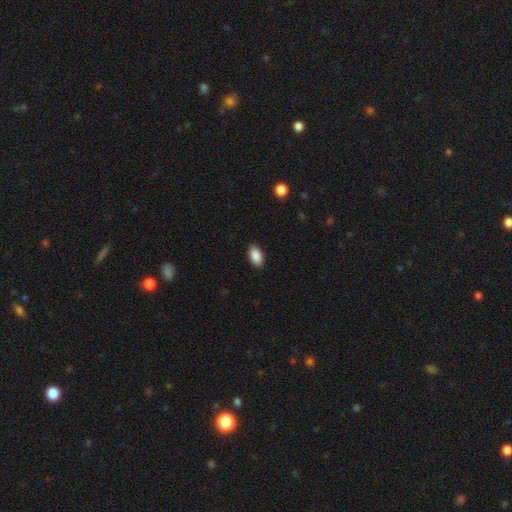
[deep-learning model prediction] Smooth or featured?
  - smooth: 89% *
  - star or artifact: 7%
  - featured or disk: 4%
How rounded?
  - in between: 94% *
  - round: 4%
  - cigar-shaped: 2%
Merging?
  - none: 89% *
  - minor disturbance: 8%
  - major disturbance: 2%
  - merger: 1%